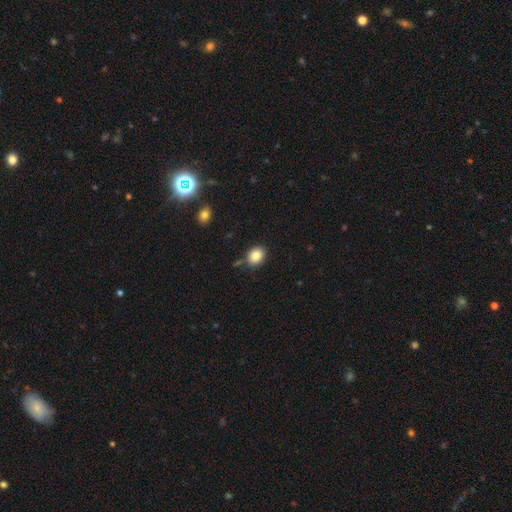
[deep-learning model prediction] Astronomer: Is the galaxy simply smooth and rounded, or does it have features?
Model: smooth — 85%.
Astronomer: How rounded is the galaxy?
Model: in between — 53% (runner-up: round, 46%).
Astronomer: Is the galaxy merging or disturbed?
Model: none — 80%.